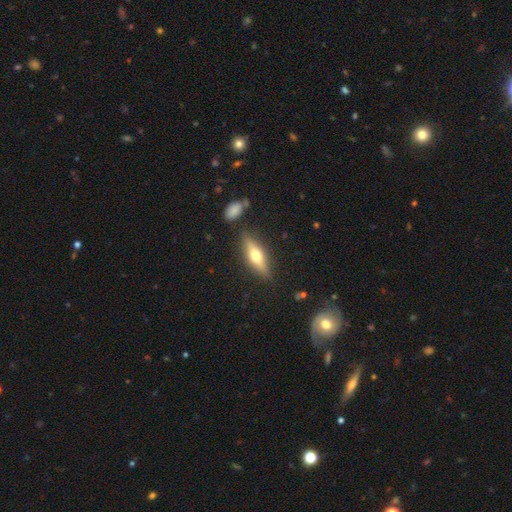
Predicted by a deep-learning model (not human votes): Morphology: type=smooth (50%); merging=none (83%).